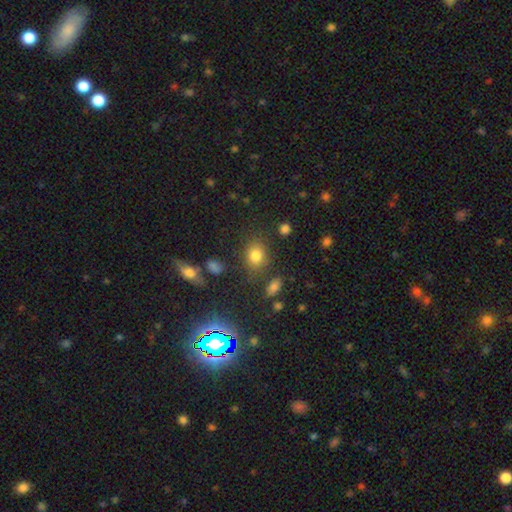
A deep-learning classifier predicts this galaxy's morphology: smooth_or_featured: smooth (p=0.77) [alt: star or artifact p=0.15]
how_rounded: round (p=0.50) [alt: in between p=0.49]
merging: none (p=0.75) [alt: minor disturbance p=0.14]